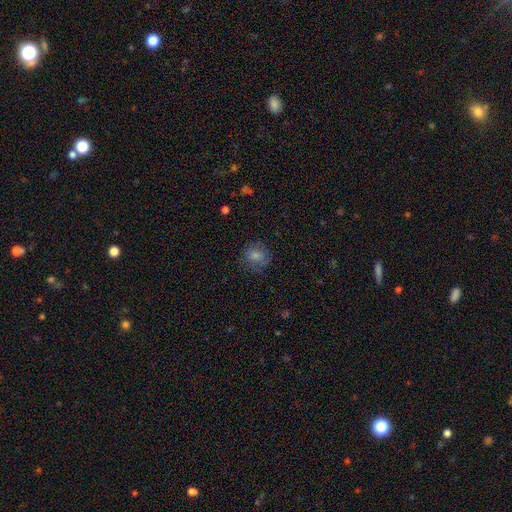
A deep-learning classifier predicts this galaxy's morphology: Smooth or featured: smooth — 64% (featured or disk — 19%)
How rounded: round — 85% (in between — 14%)
Merging: none — 80% (minor disturbance — 14%)